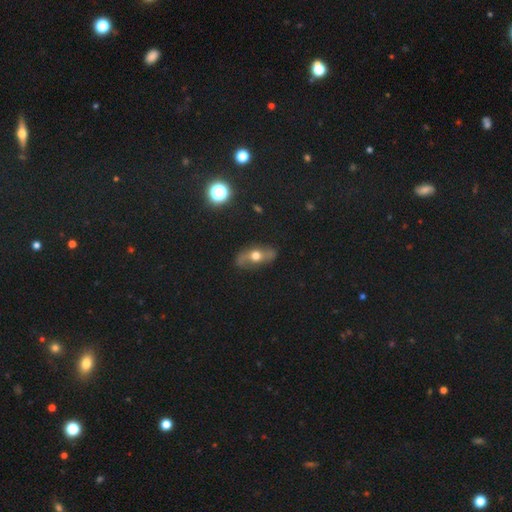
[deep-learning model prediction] Overall: featured or disk (56%; smooth 32%). Edge-on disk: no (69%; yes 31%). Merging: none (77%).